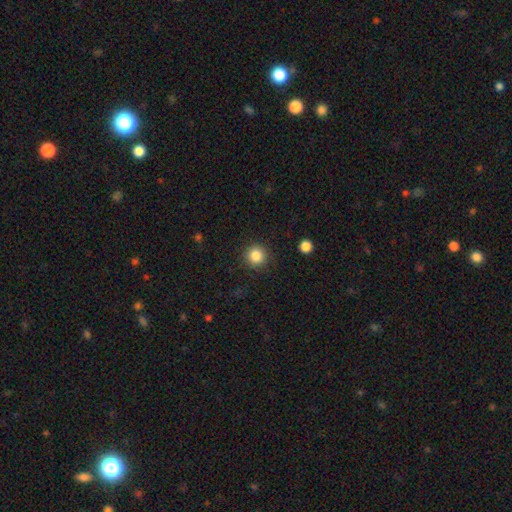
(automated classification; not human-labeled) Smooth or featured?
  - smooth: 85% *
  - star or artifact: 11%
  - featured or disk: 4%
How rounded?
  - round: 95% *
  - in between: 4%
  - cigar-shaped: 1%
Merging?
  - none: 90% *
  - minor disturbance: 6%
  - major disturbance: 2%
  - merger: 1%